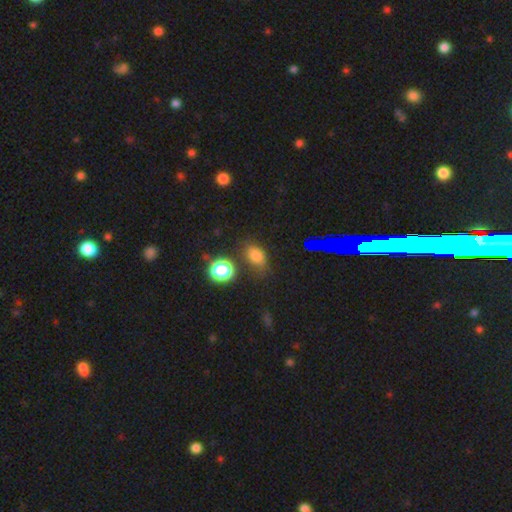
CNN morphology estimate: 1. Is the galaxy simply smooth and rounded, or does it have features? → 71% smooth, 22% star or artifact, 8% featured or disk.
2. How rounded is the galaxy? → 72% in between, 26% round, 2% cigar-shaped.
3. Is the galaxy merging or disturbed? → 68% none, 19% minor disturbance, 7% major disturbance, 5% merger.